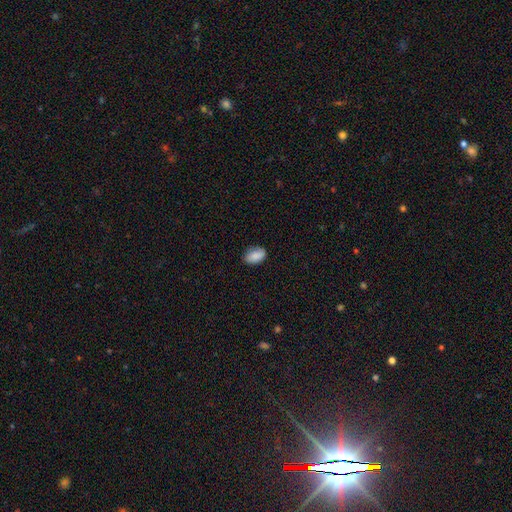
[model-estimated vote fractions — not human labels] Smooth or featured? smooth (87%)
How rounded? in between (90%)
Merging? none (82%)